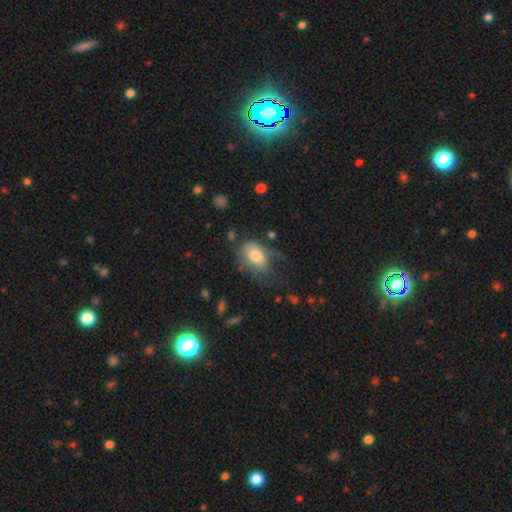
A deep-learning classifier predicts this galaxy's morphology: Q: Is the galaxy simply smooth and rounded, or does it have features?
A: smooth — 64%.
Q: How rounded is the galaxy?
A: in between — 84%.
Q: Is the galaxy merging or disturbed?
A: none — 35%, tied with major disturbance.